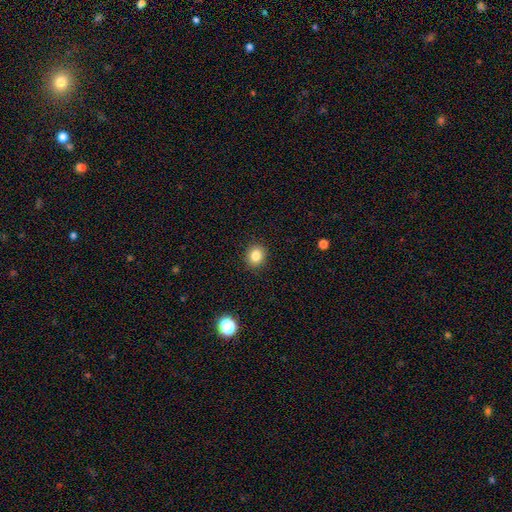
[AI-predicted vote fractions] smooth_or_featured: smooth (p=0.84) [alt: star or artifact p=0.11]
how_rounded: round (p=0.78) [alt: in between p=0.21]
merging: none (p=0.91) [alt: minor disturbance p=0.06]